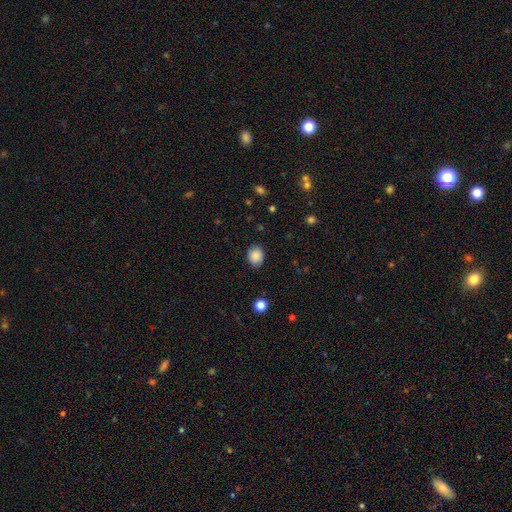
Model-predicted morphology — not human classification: This is clearly a smooth galaxy (87%). How rounded: possibly round (53%). Merging: clearly none (85%).